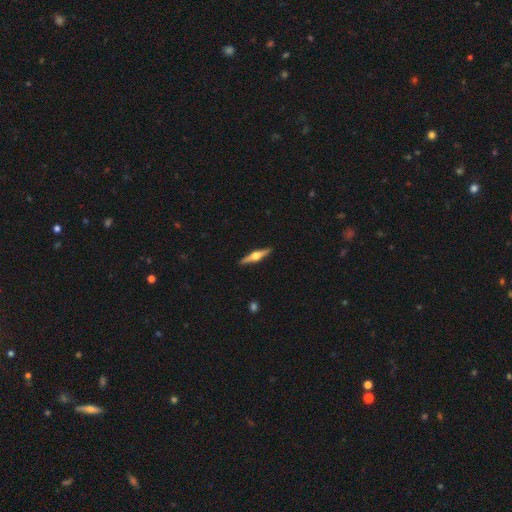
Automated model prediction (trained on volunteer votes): The model was most divided on "smooth or featured": featured or disk: 75%, smooth: 20%, star or artifact: 5%. More confident: edge-on disk — yes (98%); edge-on bulge — rounded (95%); merging — none (92%).